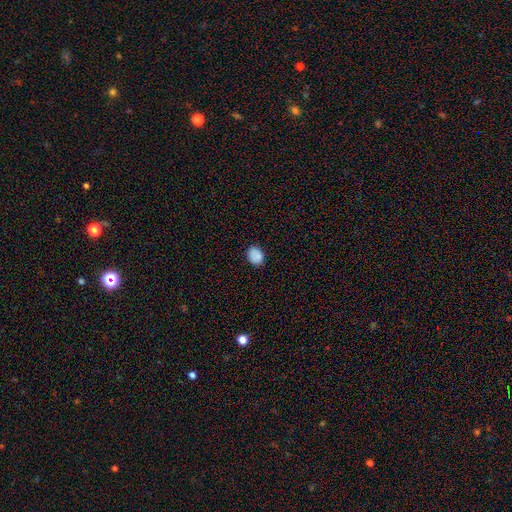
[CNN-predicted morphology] A smooth galaxy with no disk features (86%) that is in between round and cigar-shaped (63%). Merging: none (82%).